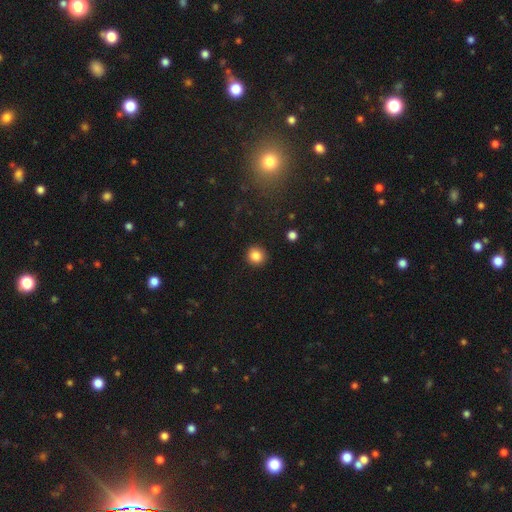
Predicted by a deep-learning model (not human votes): This is clearly a smooth galaxy (85%). How rounded: clearly round (92%). Merging: clearly none (92%).